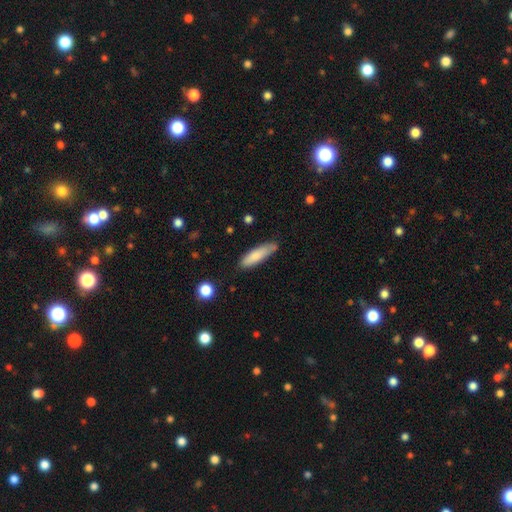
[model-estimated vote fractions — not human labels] This is clearly a smooth galaxy (82%). How rounded: likely cigar-shaped (68%). Merging: likely none (73%).